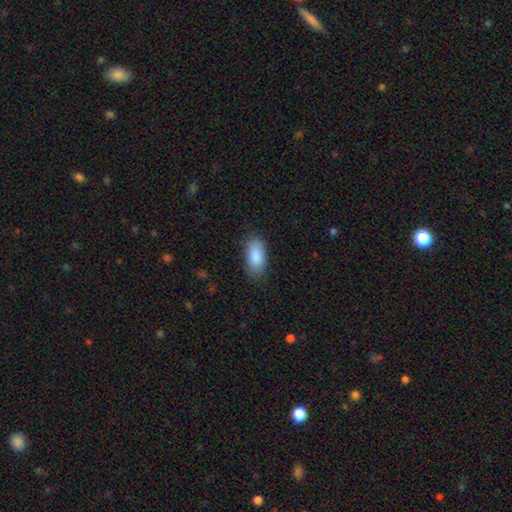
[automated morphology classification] type=smooth (89%); roundness=in between (92%); merging=none (81%).